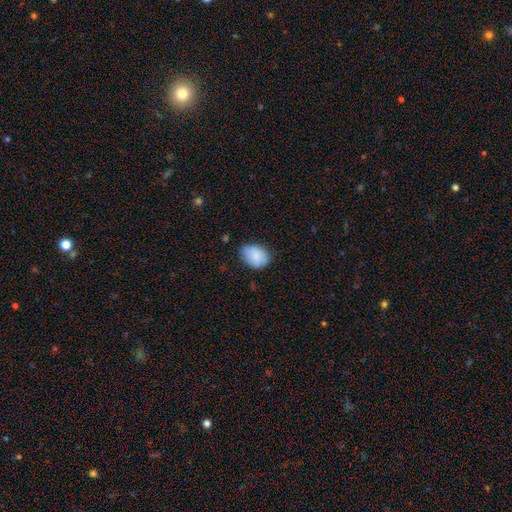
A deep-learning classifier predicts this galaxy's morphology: This is clearly a smooth galaxy (86%). How rounded: likely in between (75%). Merging: likely none (63%).